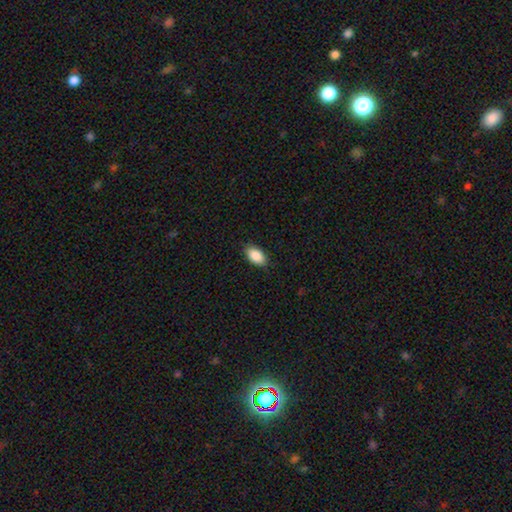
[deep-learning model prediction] Q: Smooth or featured?
A: smooth (88%); runner-up: star or artifact (7%)
Q: How rounded?
A: in between (93%); runner-up: round (4%)
Q: Merging?
A: none (87%); runner-up: minor disturbance (10%)